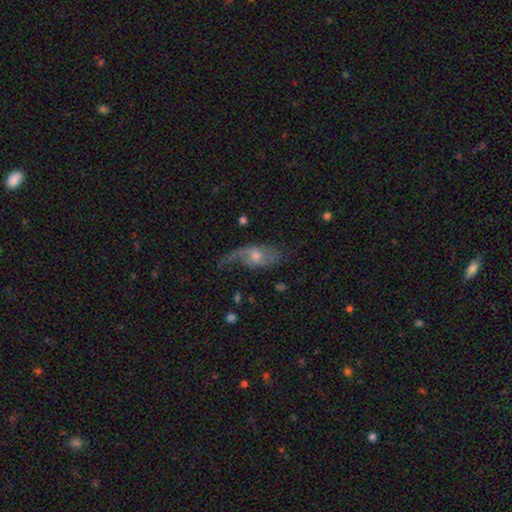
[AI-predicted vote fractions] Smooth or featured? featured or disk (69%)
Edge-on disk? no (92%)
Bar? no (65%)
Spiral arms? yes (87%)
Spiral winding? loose (71%)
Spiral arm count? 2 (61%)
Bulge size? small (46%, tied with moderate)
Merging? none (45%)